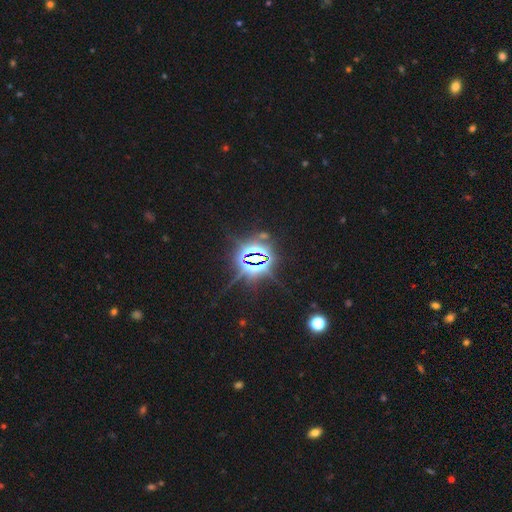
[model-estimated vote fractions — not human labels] Smooth or featured: star or artifact — 85% (featured or disk — 8%)